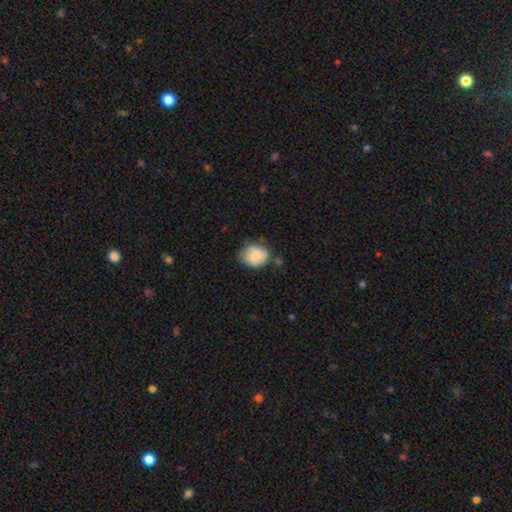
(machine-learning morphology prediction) This is likely a smooth galaxy (76%). How rounded: possibly round (52%). Merging: possibly none (57%).